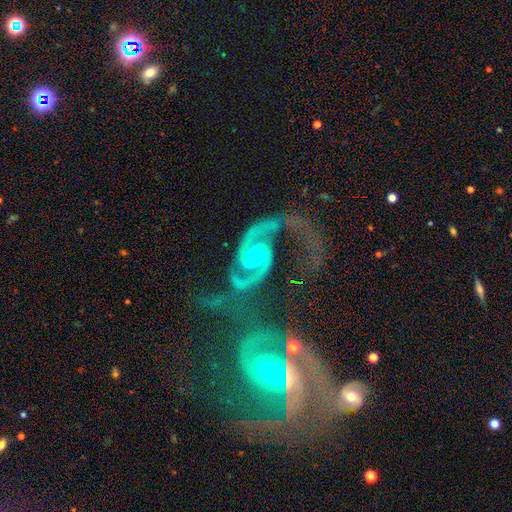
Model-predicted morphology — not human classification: type=featured or disk (92%); edge-on=no (98%); bar=no (47%); spiral arms=yes (98%); winding=medium (50%); arm count=2 (92%); bulge=small (56%); merging=none (39%).